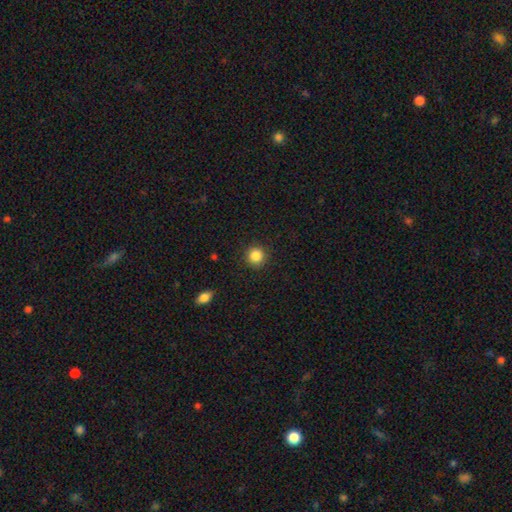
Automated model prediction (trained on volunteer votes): A smooth galaxy with no disk features (85%) that is round (94%). Merging: none (91%).